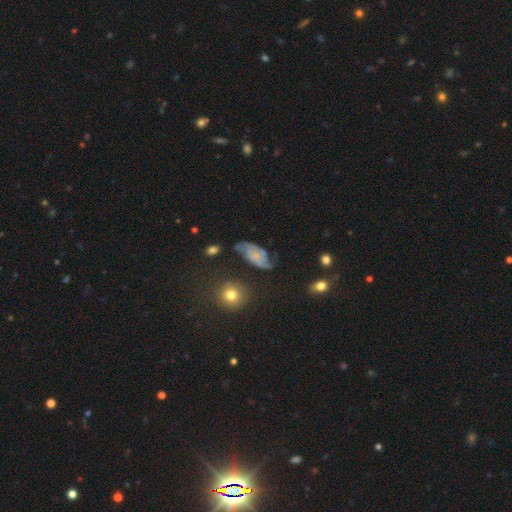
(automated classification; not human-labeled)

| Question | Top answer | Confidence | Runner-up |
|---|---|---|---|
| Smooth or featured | featured or disk | 64% | smooth (26%) |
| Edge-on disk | no | 95% | yes (5%) |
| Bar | no | 68% | weak (27%) |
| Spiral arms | yes | 87% | no (13%) |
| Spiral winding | medium | 41% | tight (29%) |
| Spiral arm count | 2 | 60% | can't tell (21%) |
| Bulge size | small | 57% | none (25%) |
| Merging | none | 49% | minor disturbance (28%) |